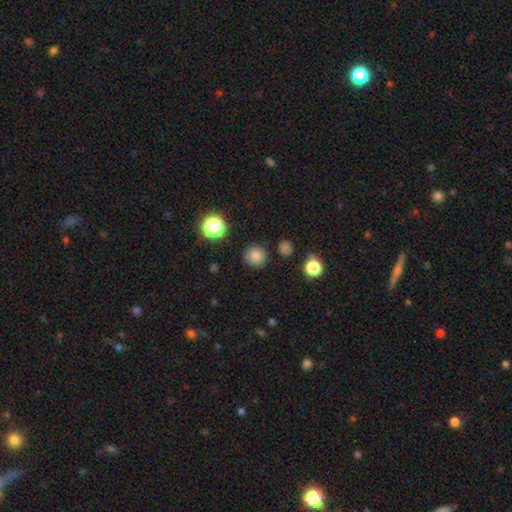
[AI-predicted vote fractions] Smooth or featured: smooth — 82% (star or artifact — 14%)
How rounded: round — 91% (in between — 8%)
Merging: none — 86% (minor disturbance — 8%)